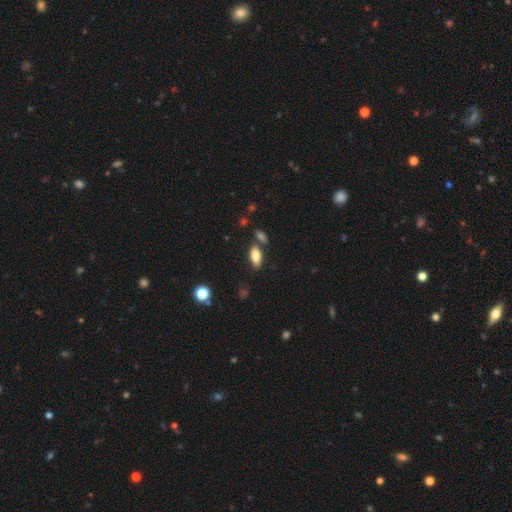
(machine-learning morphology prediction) Smooth or featured? smooth (76%)
How rounded? in between (82%)
Merging? none (74%)